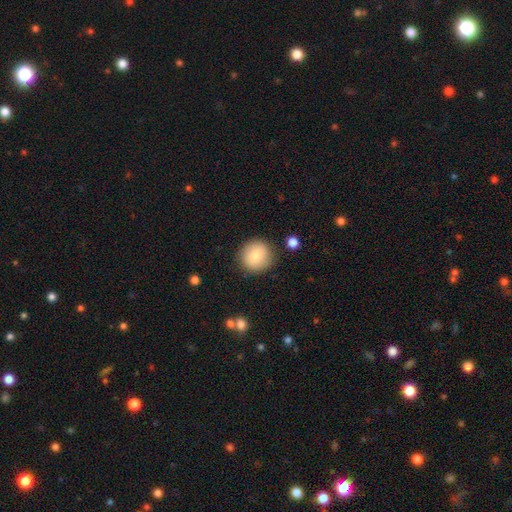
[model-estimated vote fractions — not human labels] This is clearly a smooth galaxy (82%). How rounded: clearly round (93%). Merging: clearly none (87%).